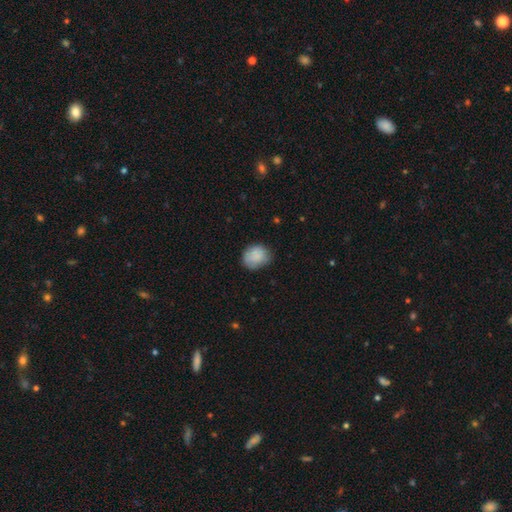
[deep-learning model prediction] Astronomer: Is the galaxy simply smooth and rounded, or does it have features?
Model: smooth — 85%.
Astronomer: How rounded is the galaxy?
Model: round — 62% (runner-up: in between, 37%).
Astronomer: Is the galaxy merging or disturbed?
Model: none — 72%.